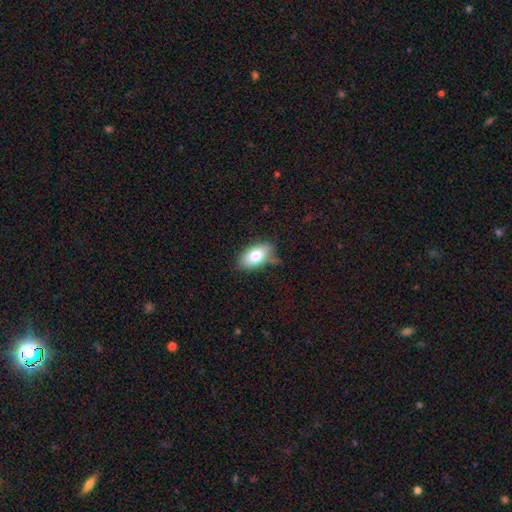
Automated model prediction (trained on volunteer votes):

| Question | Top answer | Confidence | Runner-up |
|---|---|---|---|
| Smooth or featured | smooth | 77% | featured or disk (16%) |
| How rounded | in between | 92% | round (6%) |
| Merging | none | 71% | minor disturbance (21%) |